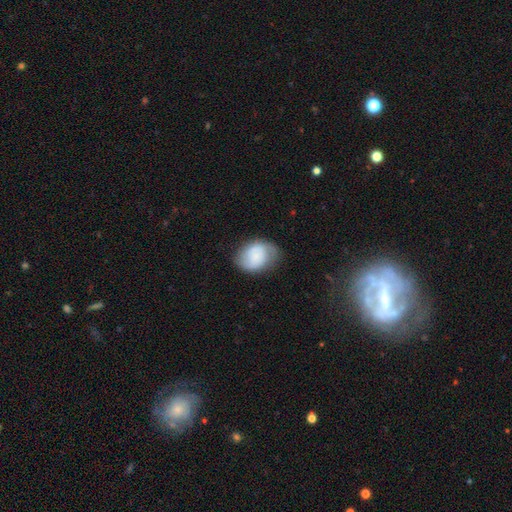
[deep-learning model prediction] Smooth or featured?
  - smooth: 56% *
  - featured or disk: 36%
  - star or artifact: 8%
How rounded?
  - in between: 63% *
  - round: 36%
  - cigar-shaped: 1%
Merging?
  - none: 63% *
  - minor disturbance: 26%
  - major disturbance: 10%
  - merger: 2%